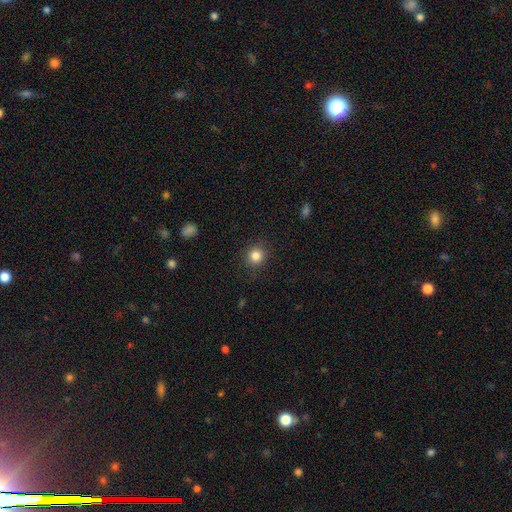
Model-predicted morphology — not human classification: smooth 84%, star or artifact 11%, featured or disk 5%. Down the decision tree: how rounded — round (90%); merging — none (89%).